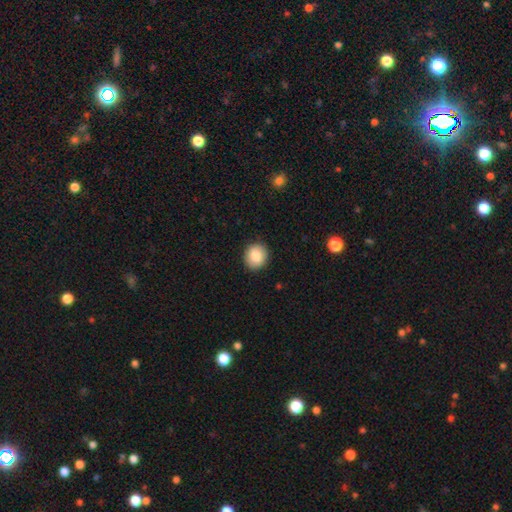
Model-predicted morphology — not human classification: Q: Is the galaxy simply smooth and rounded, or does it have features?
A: smooth — 85%.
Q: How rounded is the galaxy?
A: round — 82%.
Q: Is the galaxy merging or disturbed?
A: none — 91%.